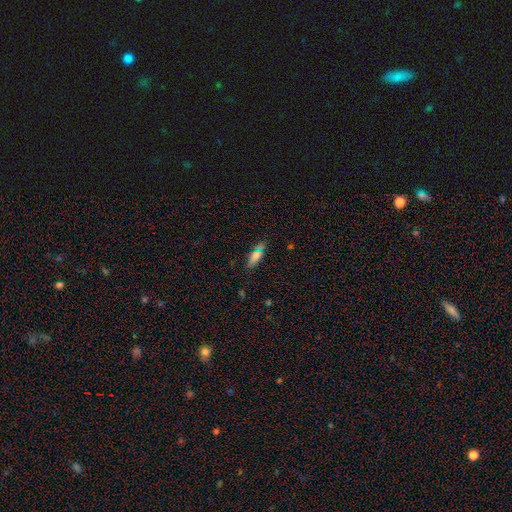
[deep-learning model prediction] smooth 72%, star or artifact 17%, featured or disk 11%. Down the decision tree: how rounded — in between (68%); merging — none (75%).